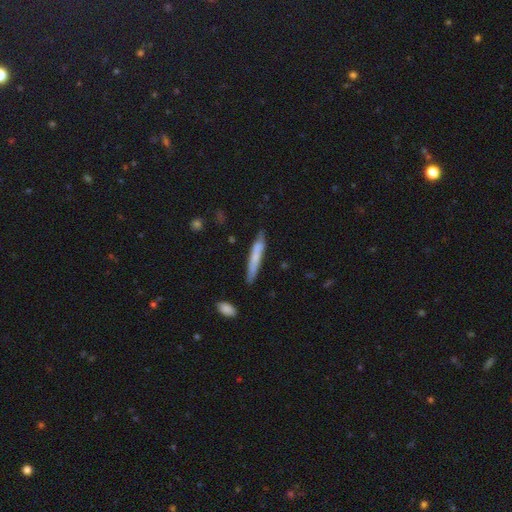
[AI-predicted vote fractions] Morphology: type=smooth (64%); roundness=cigar-shaped (93%); merging=none (74%).